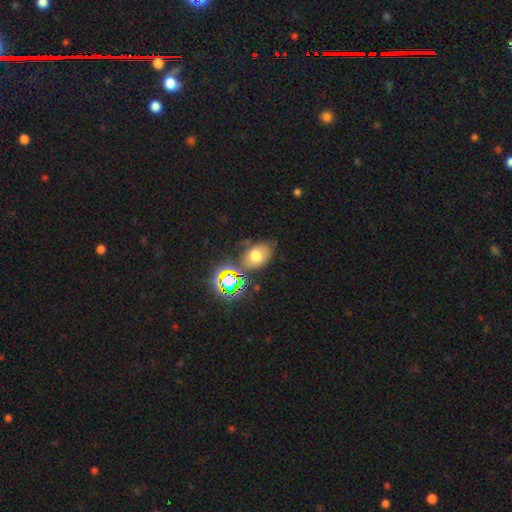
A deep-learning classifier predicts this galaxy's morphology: This is possibly a smooth galaxy (58%). How rounded: likely in between (73%). Merging: possibly none (56%).